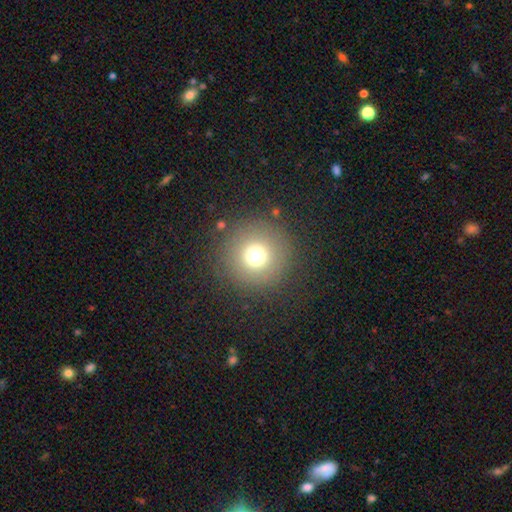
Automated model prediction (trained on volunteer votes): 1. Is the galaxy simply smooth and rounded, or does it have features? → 71% smooth, 18% star or artifact, 10% featured or disk.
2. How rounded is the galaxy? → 97% round, 3% in between, 1% cigar-shaped.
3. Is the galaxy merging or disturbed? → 88% none, 6% minor disturbance, 4% major disturbance, 2% merger.